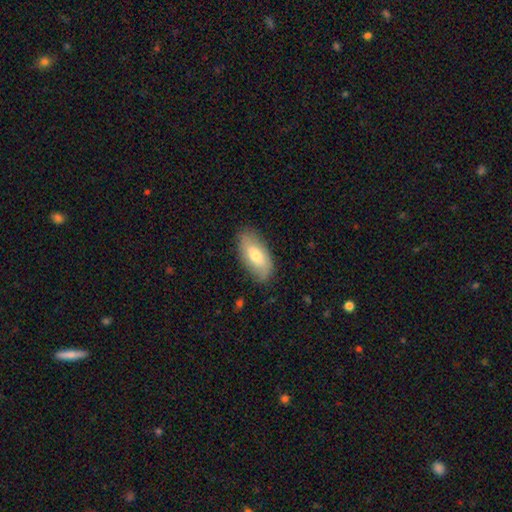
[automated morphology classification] smooth-or-featured: smooth: 68% | featured or disk: 26% | star or artifact: 6%
  how-rounded: in between: 90% | cigar-shaped: 7% | round: 3%
  merging: none: 82% | minor disturbance: 14% | major disturbance: 3% | merger: 1%